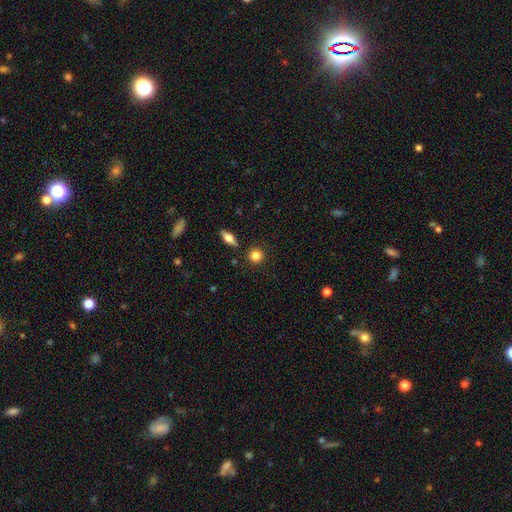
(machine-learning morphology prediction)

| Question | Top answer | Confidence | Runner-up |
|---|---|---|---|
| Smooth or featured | smooth | 83% | star or artifact (9%) |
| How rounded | round | 89% | in between (9%) |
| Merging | none | 87% | minor disturbance (7%) |